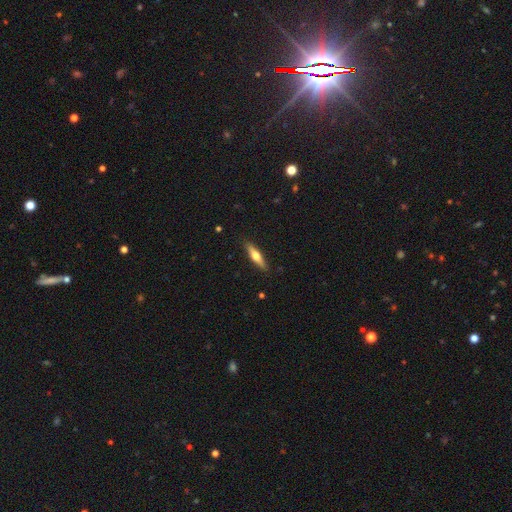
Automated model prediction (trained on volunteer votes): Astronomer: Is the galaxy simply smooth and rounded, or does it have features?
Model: smooth — 49% (runner-up: featured or disk, 46%).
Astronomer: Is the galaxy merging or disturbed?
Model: none — 89%.